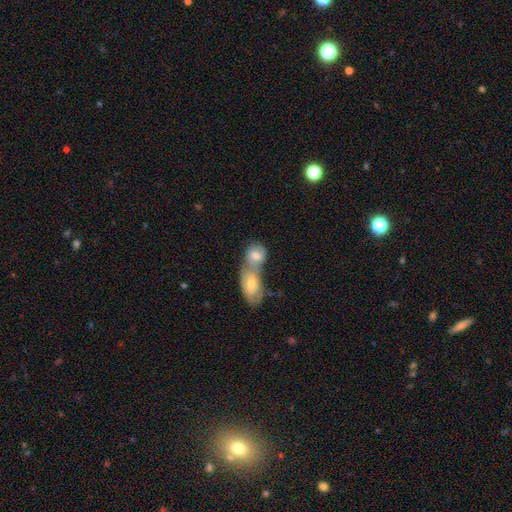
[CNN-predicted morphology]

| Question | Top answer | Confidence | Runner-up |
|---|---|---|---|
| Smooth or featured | smooth | 65% | featured or disk (28%) |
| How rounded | in between | 66% | round (30%) |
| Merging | merger | 72% | none (19%) |